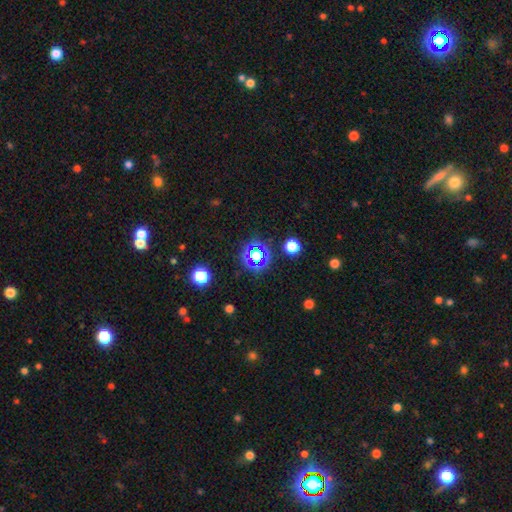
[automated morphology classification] Smooth or featured?
  - star or artifact: 64% *
  - smooth: 27%
  - featured or disk: 10%